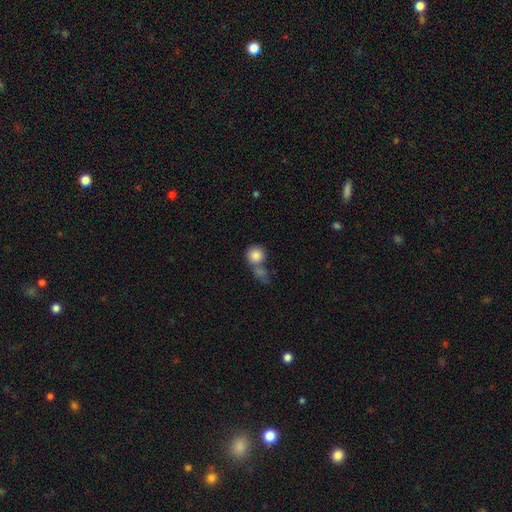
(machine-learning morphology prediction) smooth_or_featured: smooth (p=0.84) [alt: star or artifact p=0.08]
how_rounded: round (p=0.88) [alt: in between p=0.11]
merging: none (p=0.43) [alt: merger p=0.42]